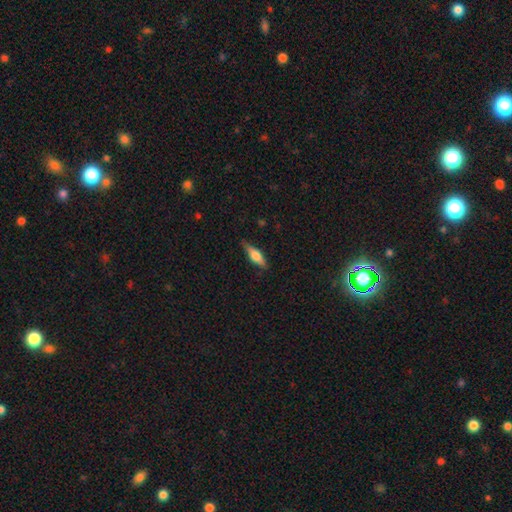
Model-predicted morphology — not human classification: The model was most divided on "how rounded": cigar-shaped: 50%, in between: 47%, round: 3%. More confident: merging — none (78%); smooth or featured — smooth (60%).